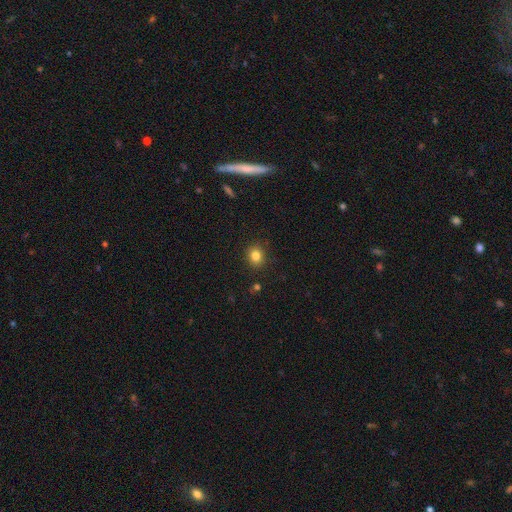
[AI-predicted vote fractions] smooth-or-featured: smooth: 83% | star or artifact: 12% | featured or disk: 6%
  how-rounded: round: 69% | in between: 30% | cigar-shaped: 1%
  merging: none: 88% | minor disturbance: 8% | major disturbance: 2% | merger: 1%